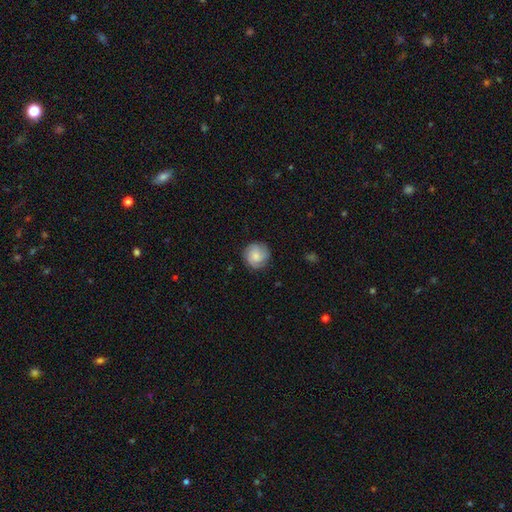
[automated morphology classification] smooth-or-featured: smooth: 53% | featured or disk: 39% | star or artifact: 8%
  how-rounded: round: 92% | in between: 7% | cigar-shaped: 1%
  merging: none: 82% | minor disturbance: 14% | major disturbance: 4% | merger: 1%